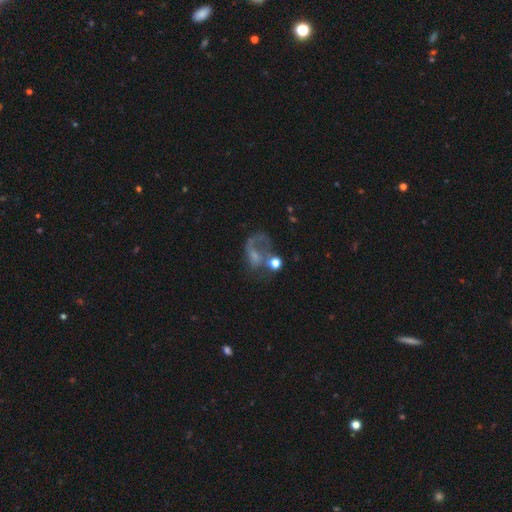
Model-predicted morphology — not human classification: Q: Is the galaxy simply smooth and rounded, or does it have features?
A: featured or disk — 56%.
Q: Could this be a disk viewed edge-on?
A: no — 97%.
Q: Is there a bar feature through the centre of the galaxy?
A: no — 73%.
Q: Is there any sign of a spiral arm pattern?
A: yes — 55%.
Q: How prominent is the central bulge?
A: small — 37%.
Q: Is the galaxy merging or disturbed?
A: major disturbance — 46%.